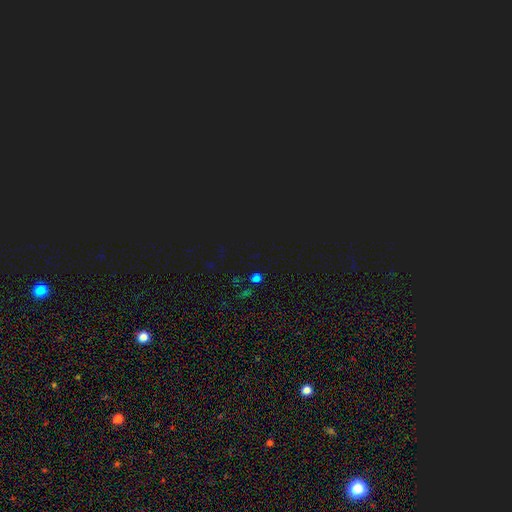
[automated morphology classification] type=star or artifact (57%).